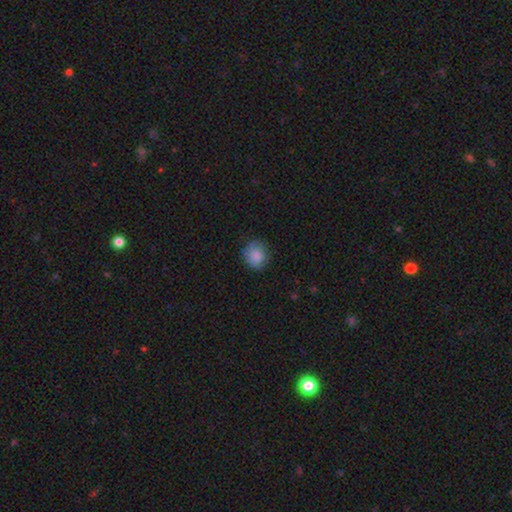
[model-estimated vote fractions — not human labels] Smooth or featured? smooth (84%)
How rounded? round (79%)
Merging? none (80%)